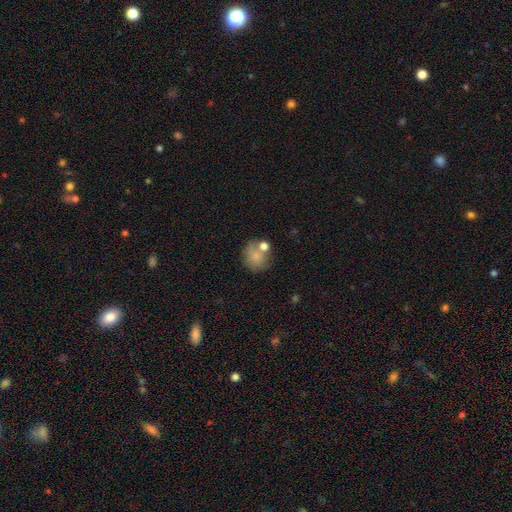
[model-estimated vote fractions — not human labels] Smooth or featured?
  - smooth: 73% *
  - featured or disk: 16%
  - star or artifact: 11%
How rounded?
  - round: 73% *
  - in between: 26%
  - cigar-shaped: 1%
Merging?
  - none: 48% *
  - merger: 23%
  - minor disturbance: 18%
  - major disturbance: 11%